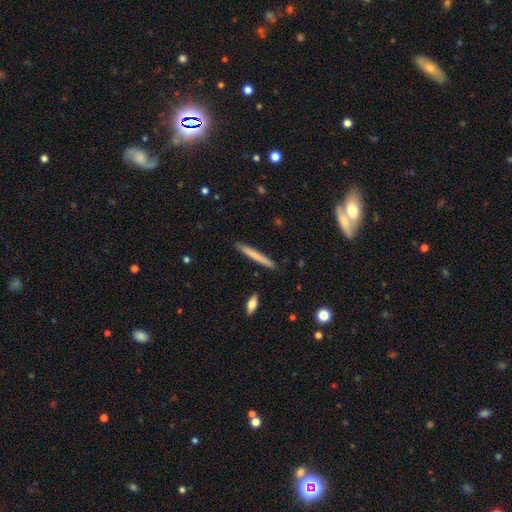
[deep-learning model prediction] Smooth or featured?
  - smooth: 70% *
  - featured or disk: 24%
  - star or artifact: 6%
How rounded?
  - cigar-shaped: 96% *
  - in between: 2%
  - round: 1%
Merging?
  - none: 90% *
  - minor disturbance: 7%
  - major disturbance: 1%
  - merger: 1%